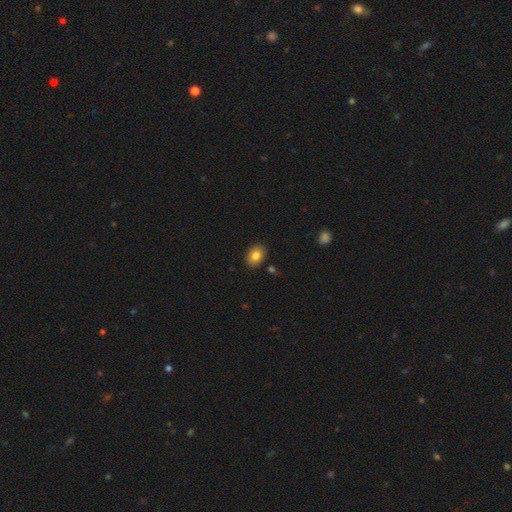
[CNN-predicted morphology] Smooth or featured?
  - smooth: 82% *
  - featured or disk: 9%
  - star or artifact: 9%
How rounded?
  - in between: 69% *
  - round: 30%
  - cigar-shaped: 1%
Merging?
  - none: 88% *
  - minor disturbance: 8%
  - merger: 2%
  - major disturbance: 2%